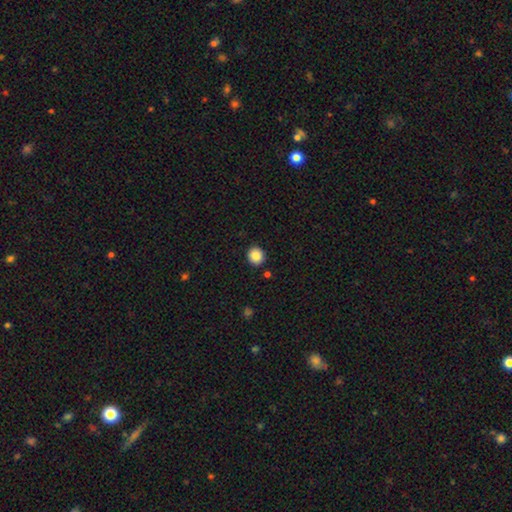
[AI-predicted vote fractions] Smooth or featured: smooth — 86% (star or artifact — 9%)
How rounded: round — 88% (in between — 11%)
Merging: none — 91% (minor disturbance — 6%)